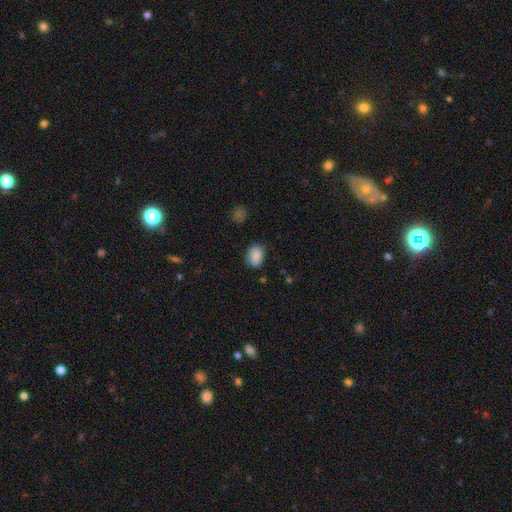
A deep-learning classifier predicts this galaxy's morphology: Smooth or featured: smooth — 87% (star or artifact — 8%)
How rounded: in between — 70% (round — 29%)
Merging: none — 76% (minor disturbance — 19%)